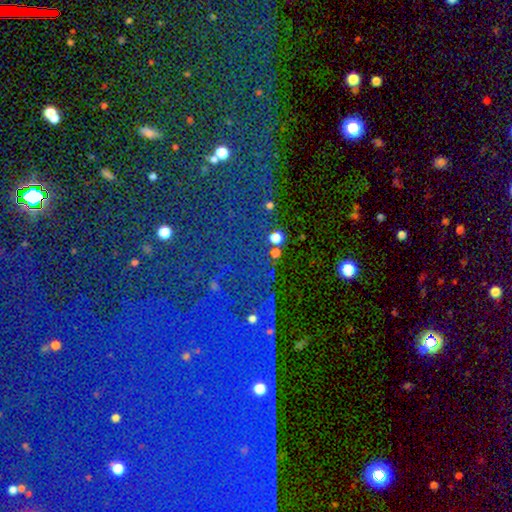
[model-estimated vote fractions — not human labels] Smooth or featured?
  - star or artifact: 76% *
  - smooth: 13%
  - featured or disk: 10%